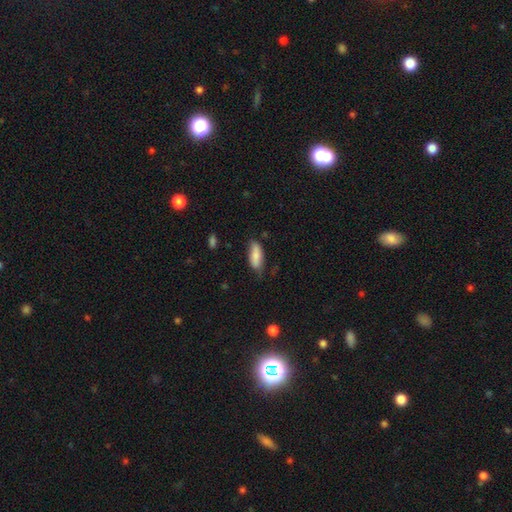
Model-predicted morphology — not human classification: type=smooth (81%); roundness=in between (80%); merging=none (60%).